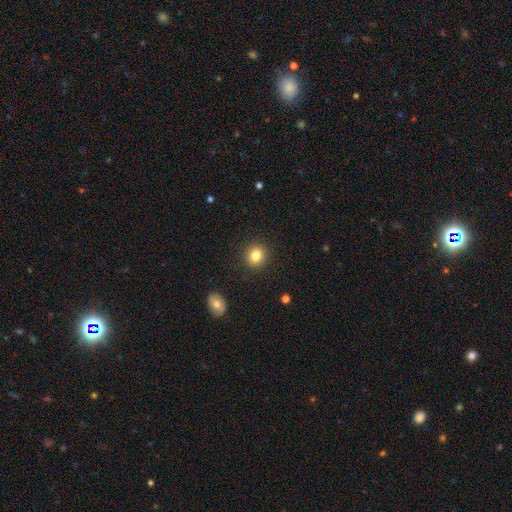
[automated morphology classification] Smooth or featured? Predicted: smooth (p=0.82). How rounded? Predicted: round (p=0.82). Merging? Predicted: none (p=0.91).